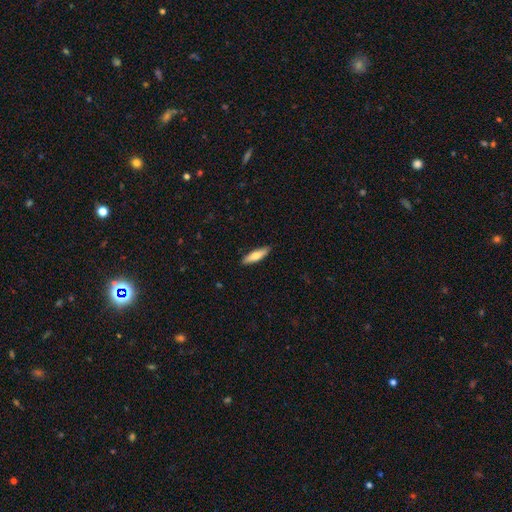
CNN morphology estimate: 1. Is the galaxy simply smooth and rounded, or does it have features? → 71% smooth, 24% featured or disk, 5% star or artifact.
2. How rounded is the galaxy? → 66% cigar-shaped, 32% in between, 2% round.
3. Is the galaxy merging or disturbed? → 89% none, 8% minor disturbance, 2% major disturbance, 1% merger.